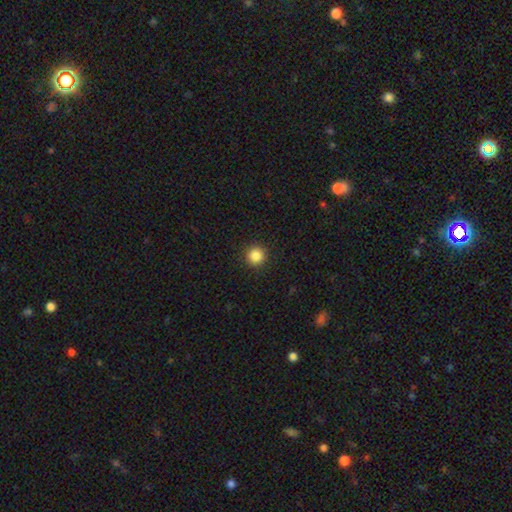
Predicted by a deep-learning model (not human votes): Smooth or featured? smooth (85%)
How rounded? round (96%)
Merging? none (93%)